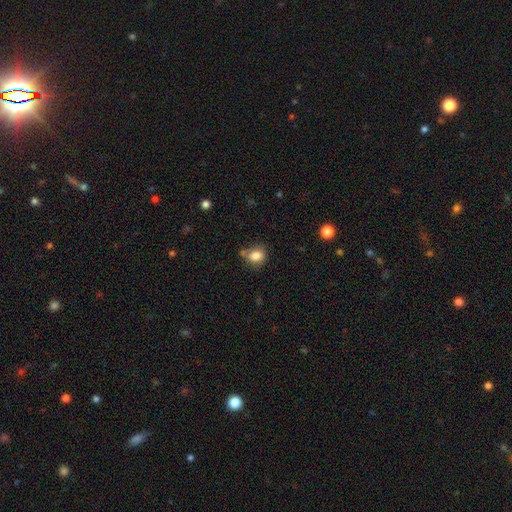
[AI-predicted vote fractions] A smooth galaxy with no disk features (83%) that is in between round and cigar-shaped (53%). Merging: none (62%).